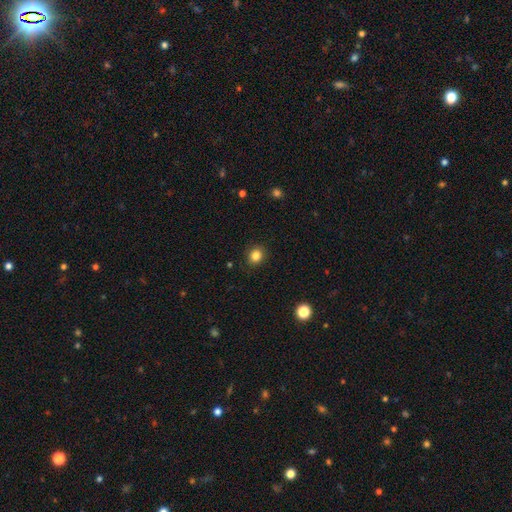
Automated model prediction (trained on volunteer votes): Smooth or featured?
  - smooth: 84% *
  - star or artifact: 11%
  - featured or disk: 5%
How rounded?
  - round: 76% *
  - in between: 23%
  - cigar-shaped: 1%
Merging?
  - none: 89% *
  - minor disturbance: 8%
  - major disturbance: 2%
  - merger: 1%